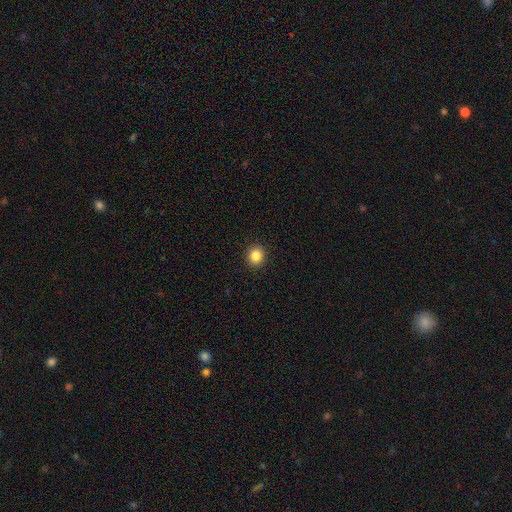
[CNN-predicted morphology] The model was most divided on "how rounded": round: 84%, in between: 15%, cigar-shaped: 1%. More confident: merging — none (92%); smooth or featured — smooth (85%).